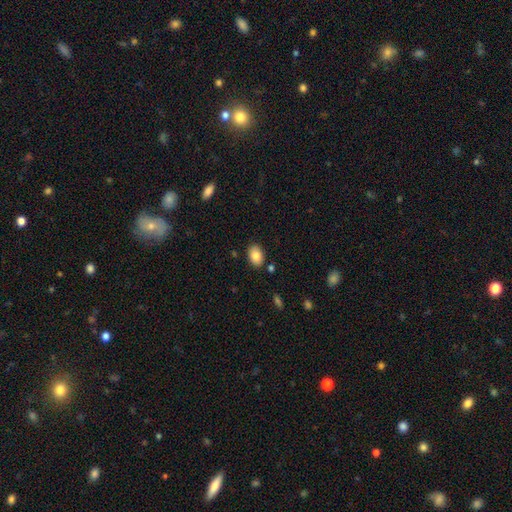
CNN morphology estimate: Q: Smooth or featured?
A: smooth (85%); runner-up: star or artifact (8%)
Q: How rounded?
A: in between (85%); runner-up: round (14%)
Q: Merging?
A: none (85%); runner-up: minor disturbance (10%)